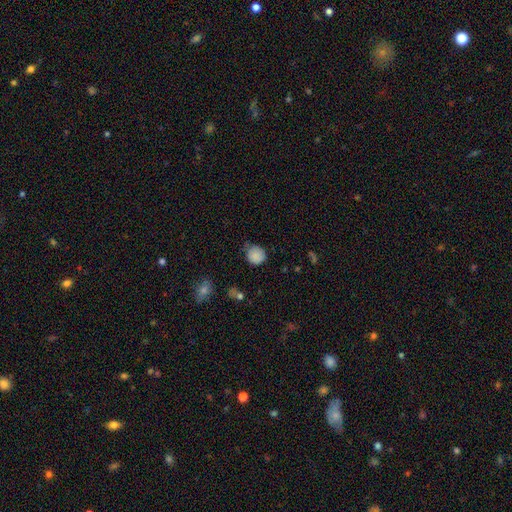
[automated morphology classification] Smooth or featured: smooth — 85% (star or artifact — 10%)
How rounded: round — 84% (in between — 15%)
Merging: none — 62% (minor disturbance — 30%)